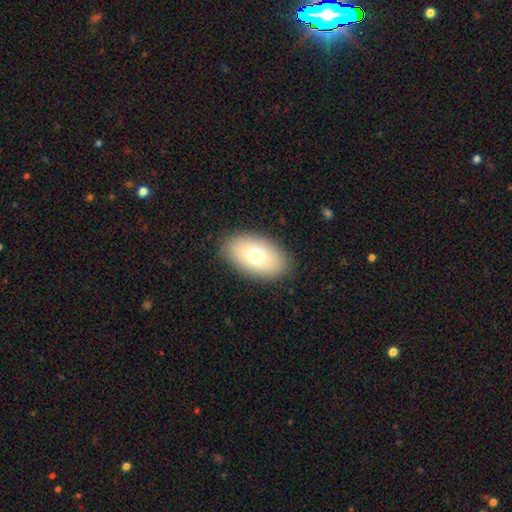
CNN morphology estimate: Smooth or featured?
  - smooth: 72% *
  - featured or disk: 19%
  - star or artifact: 9%
How rounded?
  - in between: 91% *
  - round: 7%
  - cigar-shaped: 2%
Merging?
  - none: 87% *
  - minor disturbance: 9%
  - major disturbance: 3%
  - merger: 1%